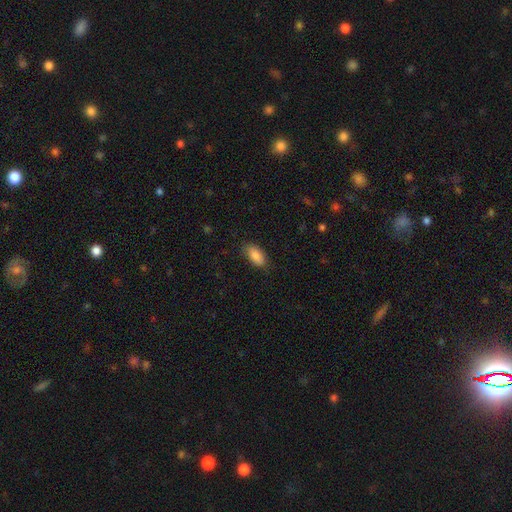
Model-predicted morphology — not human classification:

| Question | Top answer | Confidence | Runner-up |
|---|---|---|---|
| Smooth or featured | smooth | 87% | star or artifact (7%) |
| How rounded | in between | 91% | cigar-shaped (7%) |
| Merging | none | 83% | minor disturbance (13%) |